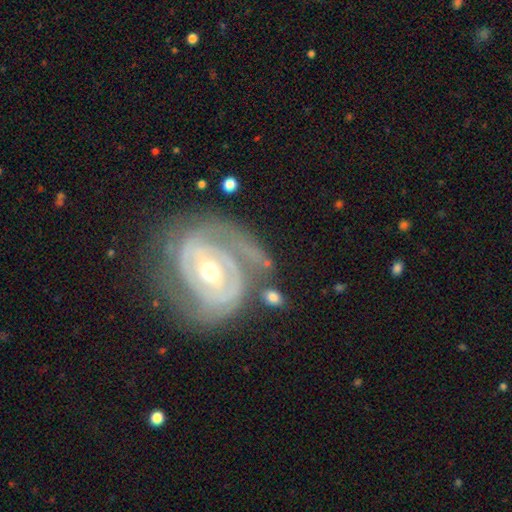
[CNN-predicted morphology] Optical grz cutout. It shows a featured or disk galaxy (79%) with no bar (38%), 2 (51%) tight (63%) spiral arms (85%) and a moderate central bulge (66%). Merging: none (54%).